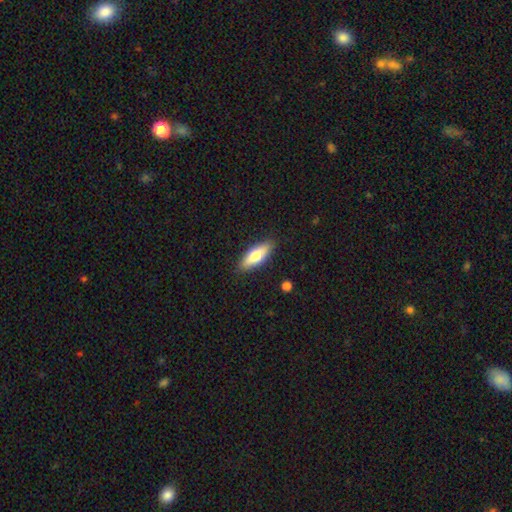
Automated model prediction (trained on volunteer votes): smooth_or_featured: smooth (p=0.69) [alt: featured or disk p=0.25]
how_rounded: in between (p=0.58) [alt: cigar-shaped p=0.40]
merging: none (p=0.87) [alt: minor disturbance p=0.09]